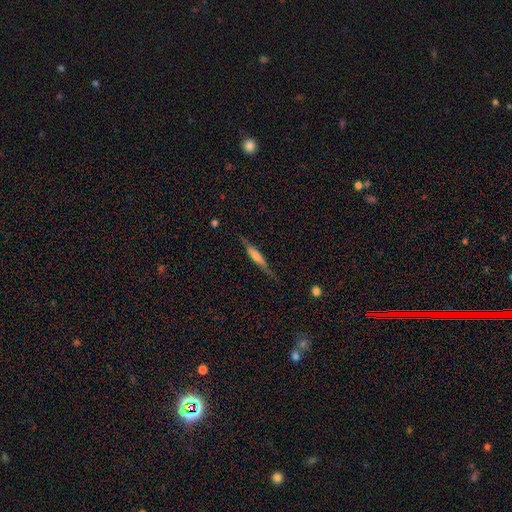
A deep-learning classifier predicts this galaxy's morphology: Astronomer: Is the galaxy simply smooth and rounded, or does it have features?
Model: featured or disk — 61%.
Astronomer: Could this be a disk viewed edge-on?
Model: yes — 96%.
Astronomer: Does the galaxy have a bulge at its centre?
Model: rounded — 55%.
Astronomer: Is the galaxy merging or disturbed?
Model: none — 83%.